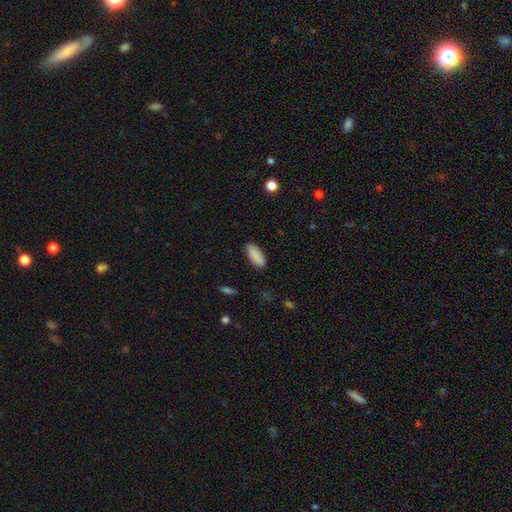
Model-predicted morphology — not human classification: Smooth or featured?
  - smooth: 89% *
  - star or artifact: 6%
  - featured or disk: 5%
How rounded?
  - in between: 86% *
  - cigar-shaped: 13%
  - round: 2%
Merging?
  - none: 88% *
  - minor disturbance: 9%
  - major disturbance: 2%
  - merger: 1%